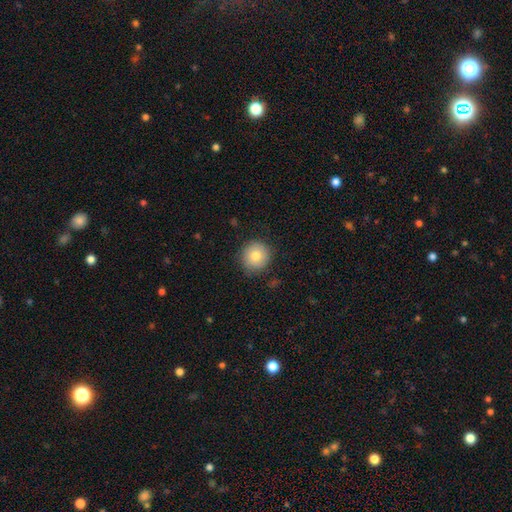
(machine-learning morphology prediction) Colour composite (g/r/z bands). It shows a smooth galaxy with no disk features (80%) that is round (92%). Merging: none (83%).